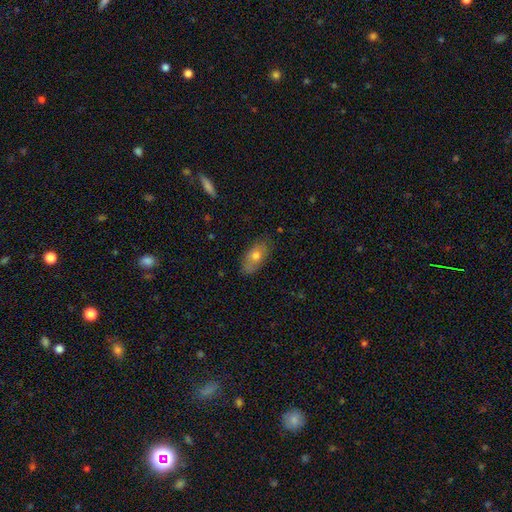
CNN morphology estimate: A smooth galaxy with no disk features (66%) that is in between round and cigar-shaped (88%). Merging: none (77%).